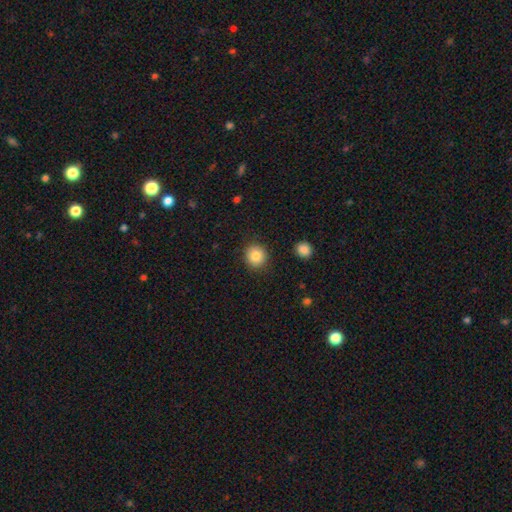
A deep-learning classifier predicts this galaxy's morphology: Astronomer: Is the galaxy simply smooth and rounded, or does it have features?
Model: smooth — 85%.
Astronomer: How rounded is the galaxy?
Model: round — 90%.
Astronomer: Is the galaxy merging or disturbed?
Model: none — 90%.